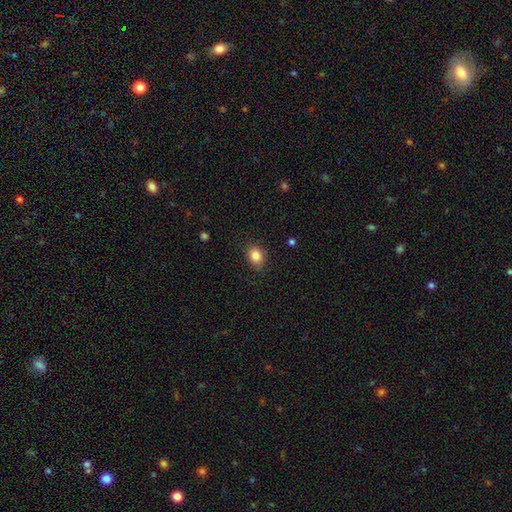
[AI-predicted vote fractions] smooth-or-featured: smooth: 85% | star or artifact: 9% | featured or disk: 6%
  how-rounded: in between: 56% | round: 43% | cigar-shaped: 1%
  merging: none: 83% | minor disturbance: 13% | major disturbance: 3% | merger: 1%